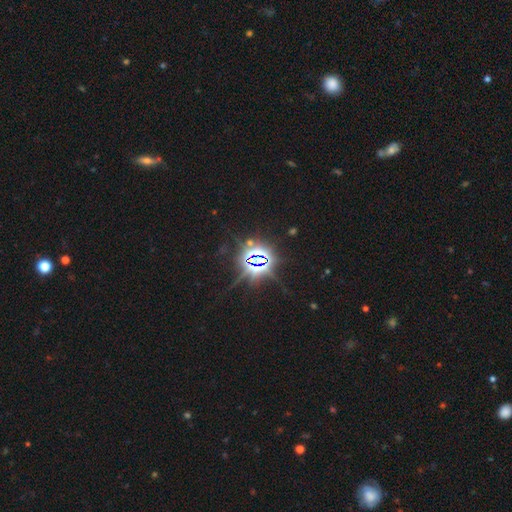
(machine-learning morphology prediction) Overall: star or artifact (84%).